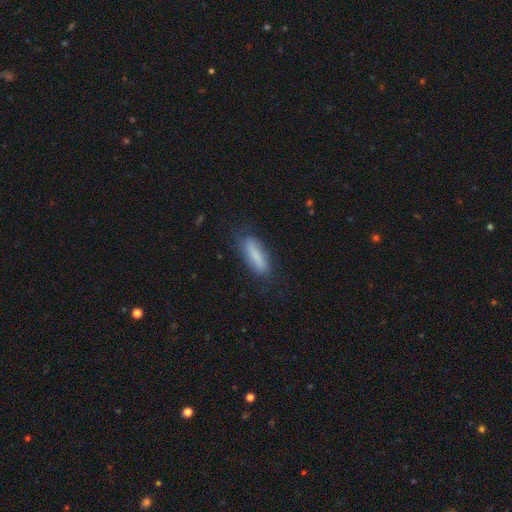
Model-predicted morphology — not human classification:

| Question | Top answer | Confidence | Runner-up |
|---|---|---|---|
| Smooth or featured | smooth | 78% | featured or disk (14%) |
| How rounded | cigar-shaped | 57% | in between (41%) |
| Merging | none | 77% | minor disturbance (17%) |